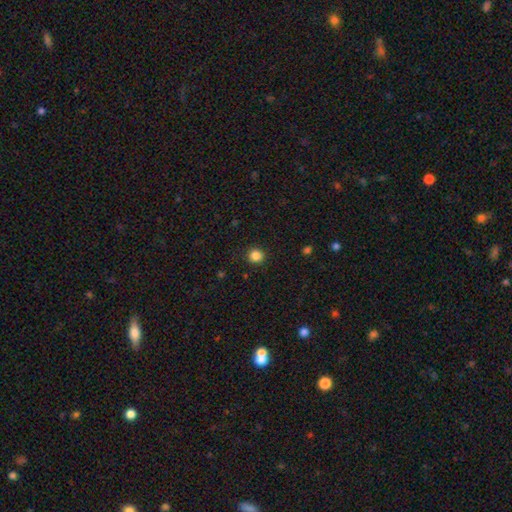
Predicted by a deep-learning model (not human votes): This is clearly a smooth galaxy (85%). How rounded: clearly round (92%). Merging: clearly none (91%).